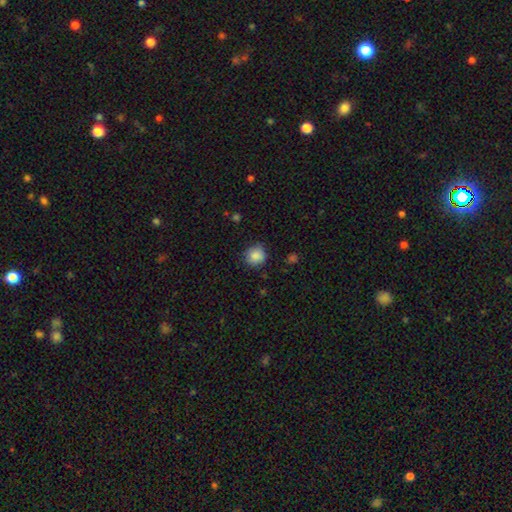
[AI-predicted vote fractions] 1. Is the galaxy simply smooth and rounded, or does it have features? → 86% smooth, 9% star or artifact, 5% featured or disk.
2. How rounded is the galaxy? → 86% round, 13% in between, 1% cigar-shaped.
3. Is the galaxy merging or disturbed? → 80% none, 16% minor disturbance, 3% major disturbance, 1% merger.